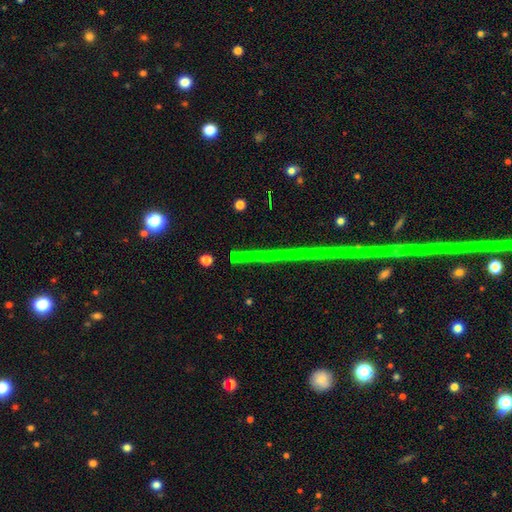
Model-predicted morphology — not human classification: smooth-or-featured: star or artifact: 69% | featured or disk: 16% | smooth: 14%